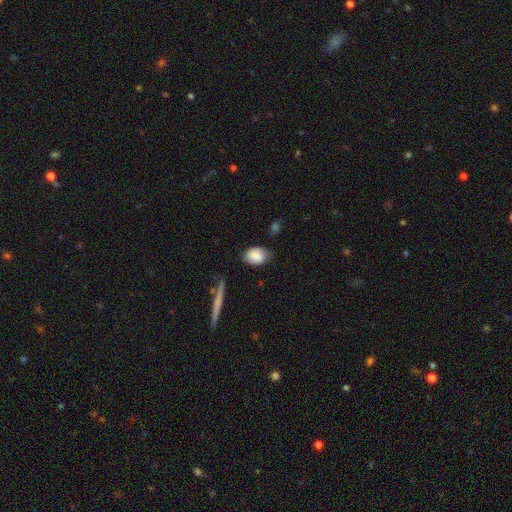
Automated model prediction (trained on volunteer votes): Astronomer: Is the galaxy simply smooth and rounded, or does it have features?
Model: smooth — 80%.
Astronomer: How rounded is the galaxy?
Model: in between — 82%.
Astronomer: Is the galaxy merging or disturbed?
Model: none — 67%.